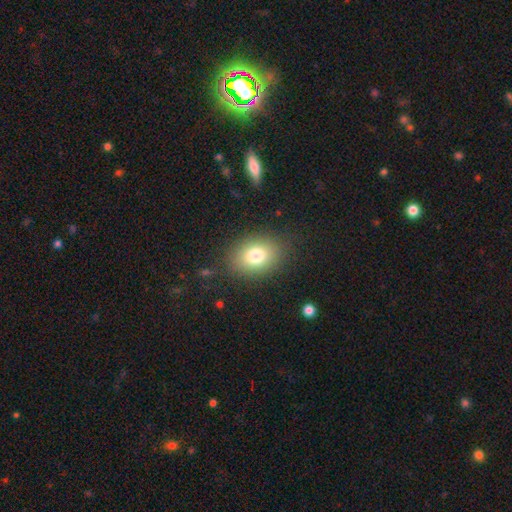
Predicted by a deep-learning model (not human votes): A smooth galaxy with no disk features (79%) that is in between round and cigar-shaped (70%).

Vote fractions:
- Smooth or featured? smooth: 79% / featured or disk: 11% / star or artifact: 11%
- How rounded? in between: 70% / round: 29% / cigar-shaped: 1%
- Merging? none: 83% / minor disturbance: 11% / major disturbance: 5% / merger: 1%